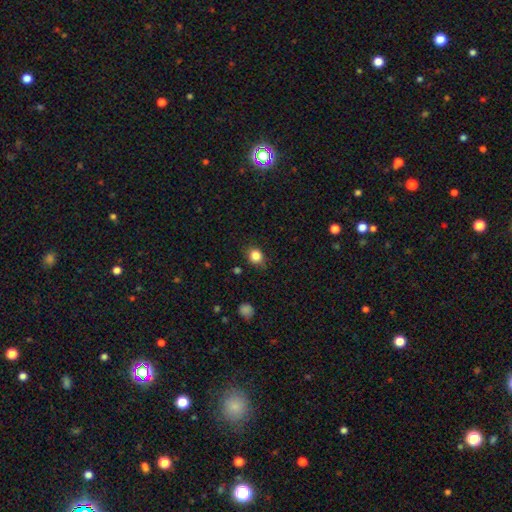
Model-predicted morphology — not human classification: Smooth or featured?
  - smooth: 83% *
  - star or artifact: 11%
  - featured or disk: 5%
How rounded?
  - round: 72% *
  - in between: 27%
  - cigar-shaped: 1%
Merging?
  - none: 83% *
  - minor disturbance: 13%
  - major disturbance: 3%
  - merger: 1%